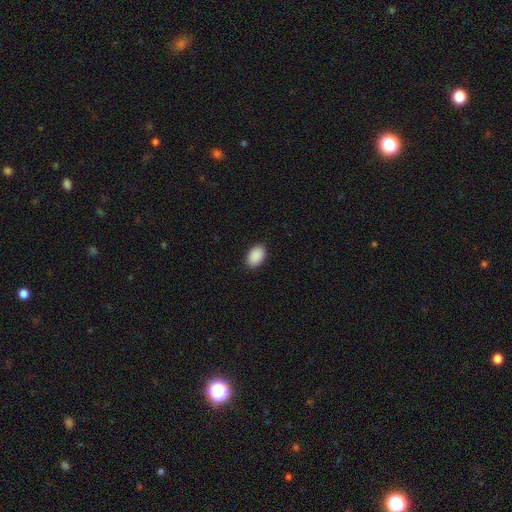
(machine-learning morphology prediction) smooth 91%, star or artifact 7%, featured or disk 2%. Down the decision tree: how rounded — in between (89%); merging — none (89%).